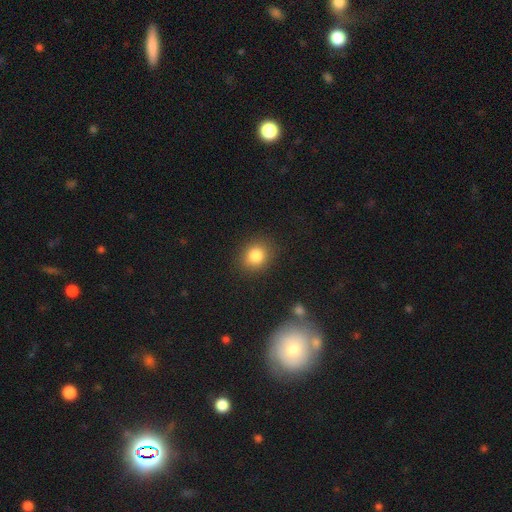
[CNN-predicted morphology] smooth-or-featured: smooth: 83% | star or artifact: 11% | featured or disk: 6%
  how-rounded: round: 70% | in between: 29% | cigar-shaped: 1%
  merging: none: 86% | minor disturbance: 9% | major disturbance: 3% | merger: 2%